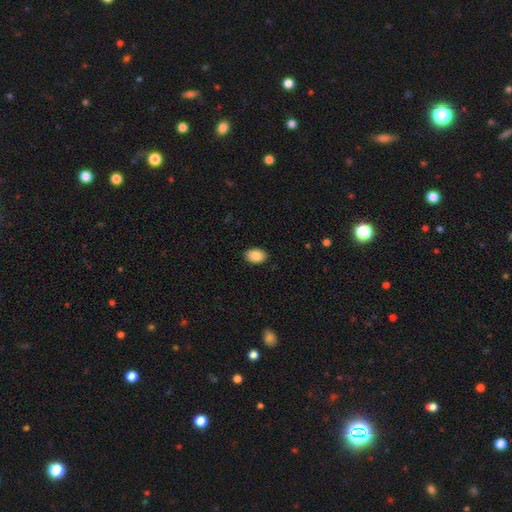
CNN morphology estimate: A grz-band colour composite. It shows a smooth galaxy with no disk features (88%) that is in between round and cigar-shaped (88%). Merging: none (89%).